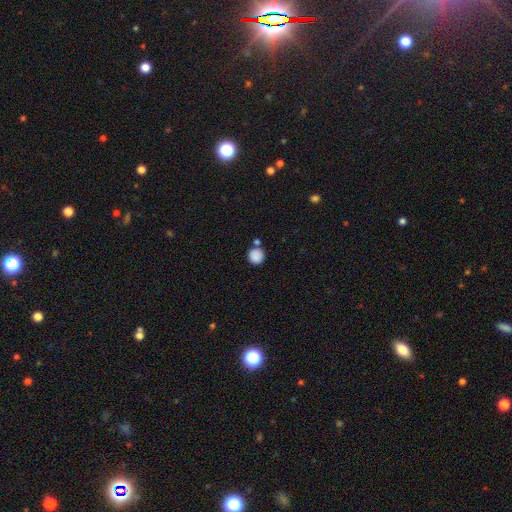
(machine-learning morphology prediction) The model was most divided on "merging": none: 74%, merger: 12%, minor disturbance: 10%, major disturbance: 3%. More confident: how rounded — round (93%); smooth or featured — smooth (87%).